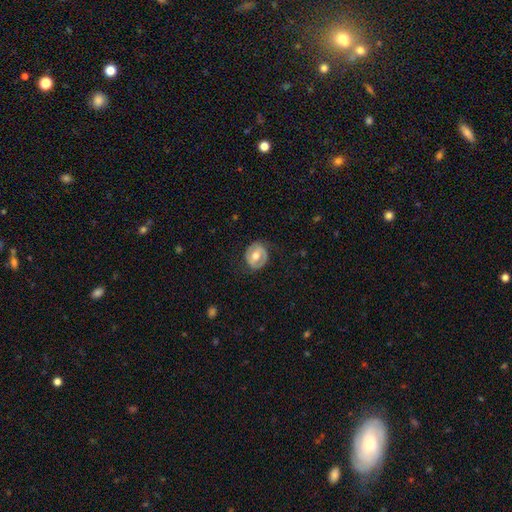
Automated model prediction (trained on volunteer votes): Smooth or featured? Predicted: featured or disk (p=0.60). Edge-on disk? Predicted: no (p=0.96). Bar? Predicted: weak (p=0.39). Spiral arms? Predicted: yes (p=0.52). Bulge size? Predicted: moderate (p=0.77). Merging? Predicted: none (p=0.75).